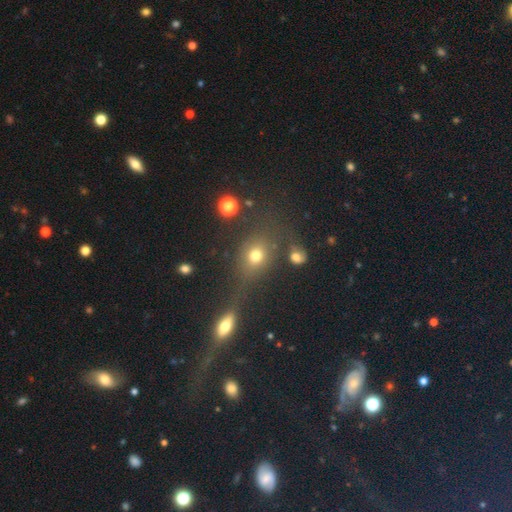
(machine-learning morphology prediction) smooth_or_featured: smooth (p=0.70) [alt: star or artifact p=0.17]
how_rounded: round (p=0.52) [alt: in between p=0.45]
merging: none (p=0.62) [alt: merger p=0.15]